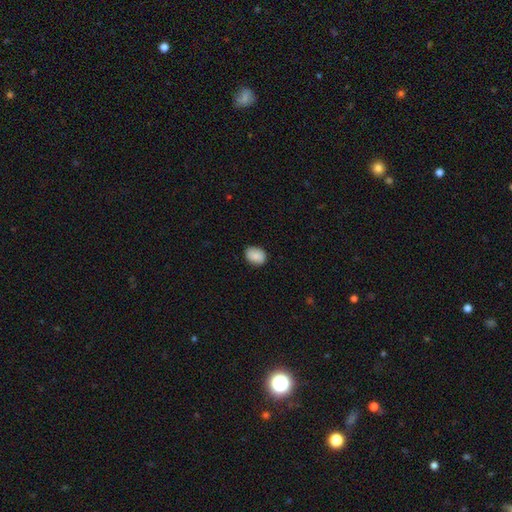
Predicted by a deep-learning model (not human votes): This is clearly a smooth galaxy (89%). How rounded: likely in between (68%). Merging: clearly none (84%).